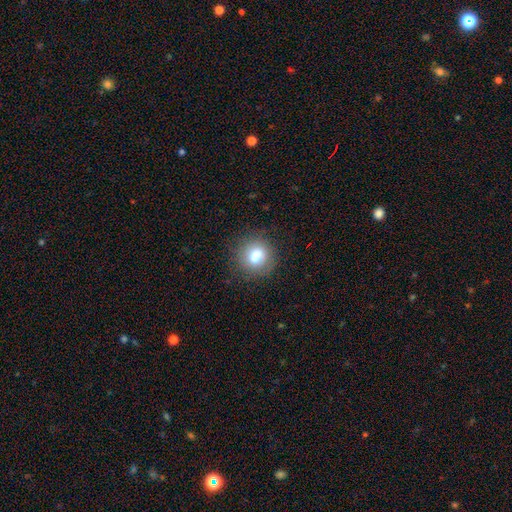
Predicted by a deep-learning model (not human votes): Morphology: type=smooth (77%); roundness=round (79%); merging=none (81%).